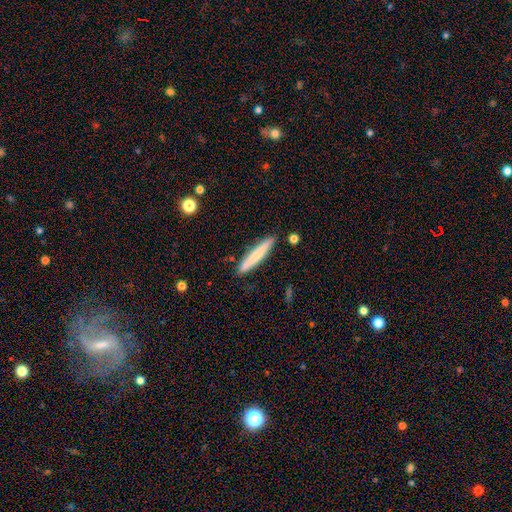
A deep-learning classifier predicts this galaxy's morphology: This is likely a smooth galaxy (70%). How rounded: clearly cigar-shaped (94%). Merging: clearly none (86%).